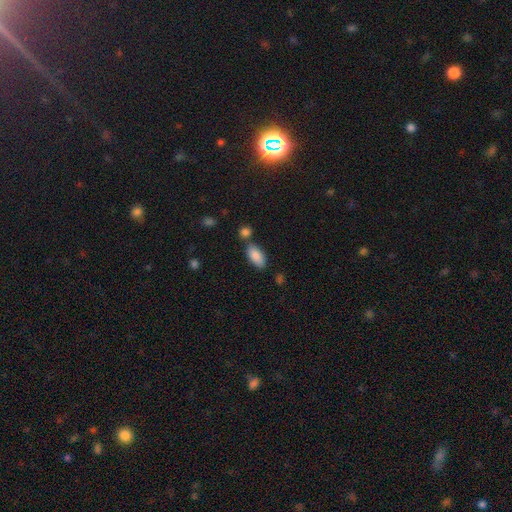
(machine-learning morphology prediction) Q: Smooth or featured?
A: smooth (86%); runner-up: featured or disk (7%)
Q: How rounded?
A: in between (90%); runner-up: cigar-shaped (8%)
Q: Merging?
A: none (71%); runner-up: merger (13%)